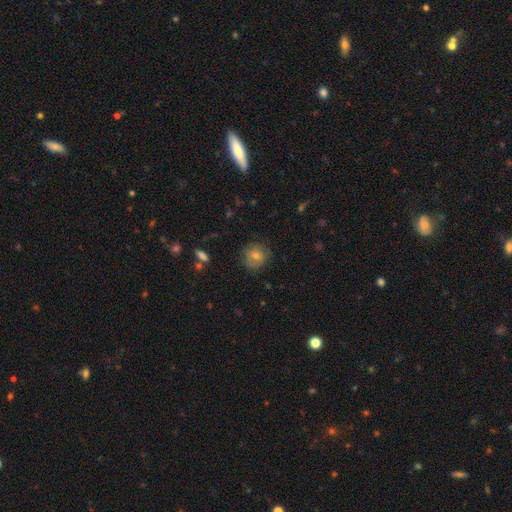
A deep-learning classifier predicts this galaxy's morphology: Smooth or featured?
  - smooth: 65% *
  - featured or disk: 20%
  - star or artifact: 15%
How rounded?
  - round: 89% *
  - in between: 10%
  - cigar-shaped: 1%
Merging?
  - none: 83% *
  - minor disturbance: 13%
  - major disturbance: 3%
  - merger: 1%